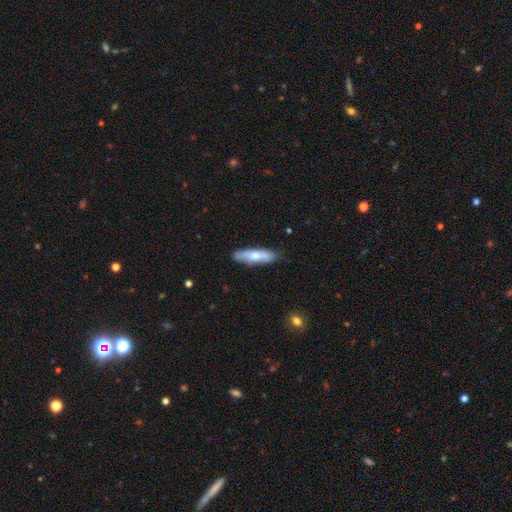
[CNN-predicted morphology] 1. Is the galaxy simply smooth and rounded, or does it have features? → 68% smooth, 26% featured or disk, 6% star or artifact.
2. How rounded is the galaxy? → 66% cigar-shaped, 32% in between, 2% round.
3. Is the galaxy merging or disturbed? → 79% none, 16% minor disturbance, 3% major disturbance, 2% merger.